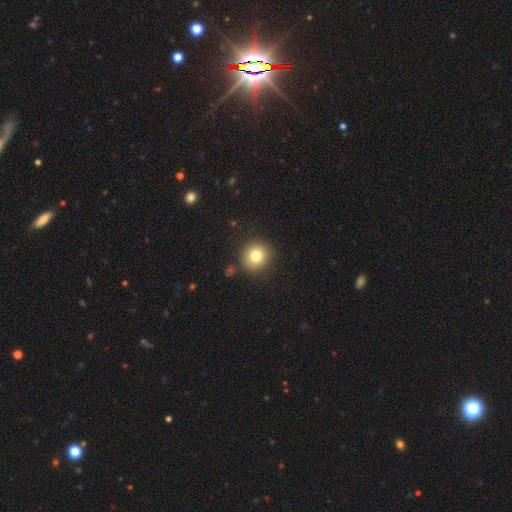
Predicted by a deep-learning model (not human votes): A smooth galaxy with no disk features (80%) that is round (91%).

Vote fractions:
- Smooth or featured? smooth: 80% / star or artifact: 11% / featured or disk: 9%
- How rounded? round: 91% / in between: 8% / cigar-shaped: 1%
- Merging? none: 88% / minor disturbance: 7% / major disturbance: 3% / merger: 2%